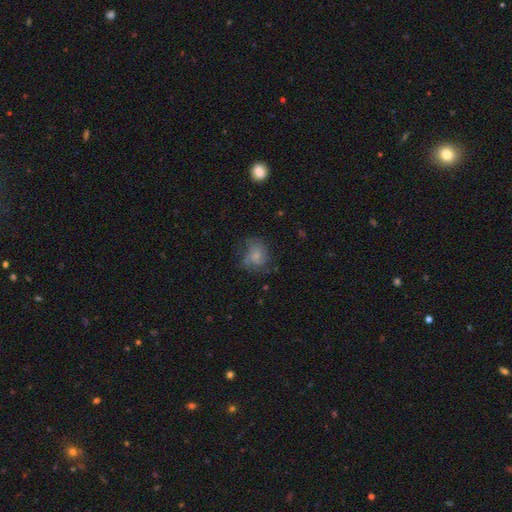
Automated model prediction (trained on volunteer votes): smooth 51%, featured or disk 39%, star or artifact 10%. Down the decision tree: how rounded — round (65%); merging — none (52%).